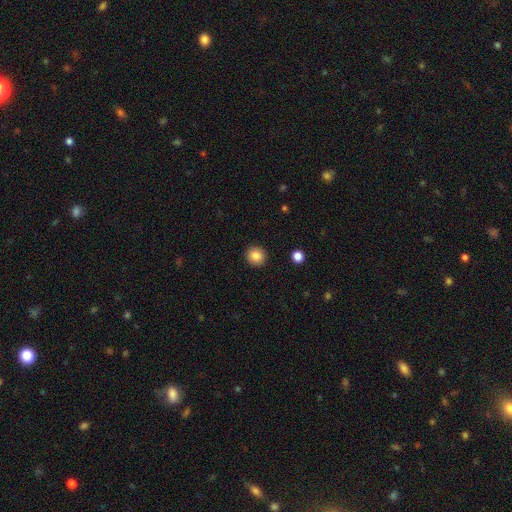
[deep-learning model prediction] Morphology: type=smooth (85%); roundness=round (92%); merging=none (92%).